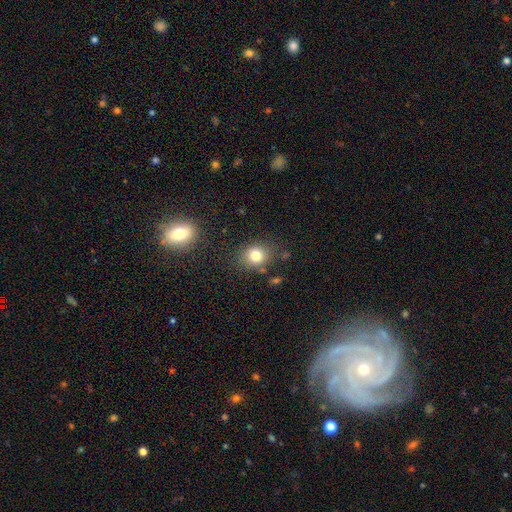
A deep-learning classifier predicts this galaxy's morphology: A smooth galaxy with no disk features (80%) that is round (63%).

Vote fractions:
- Smooth or featured? smooth: 80% / star or artifact: 12% / featured or disk: 8%
- How rounded? round: 63% / in between: 36% / cigar-shaped: 1%
- Merging? none: 77% / minor disturbance: 14% / merger: 5% / major disturbance: 4%